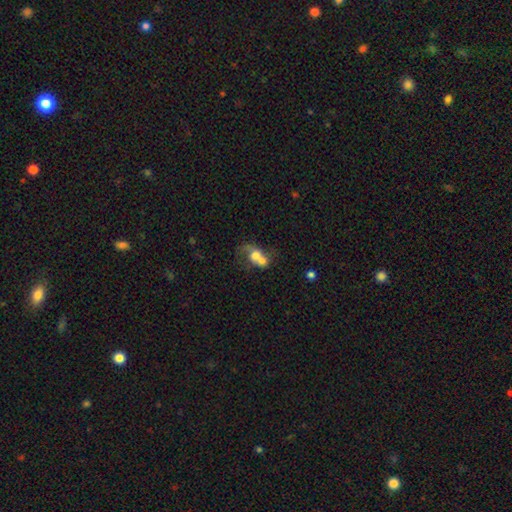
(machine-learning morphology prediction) This appears to be a smooth galaxy with no disk features (56%) that is round (51%). Merging: merger (70%).